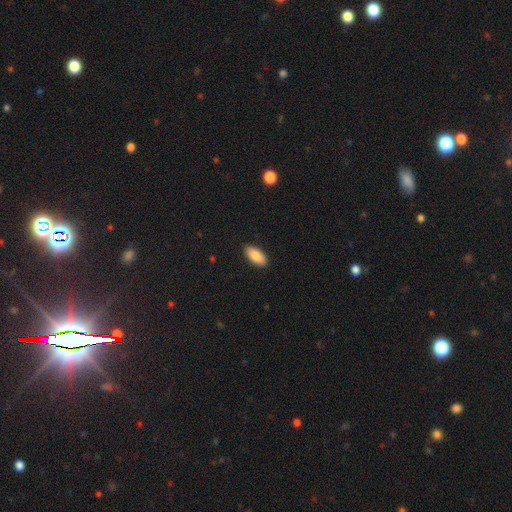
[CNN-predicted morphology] smooth_or_featured: smooth (p=0.86) [alt: featured or disk p=0.07]
how_rounded: in between (p=0.90) [alt: cigar-shaped p=0.08]
merging: none (p=0.90) [alt: minor disturbance p=0.08]